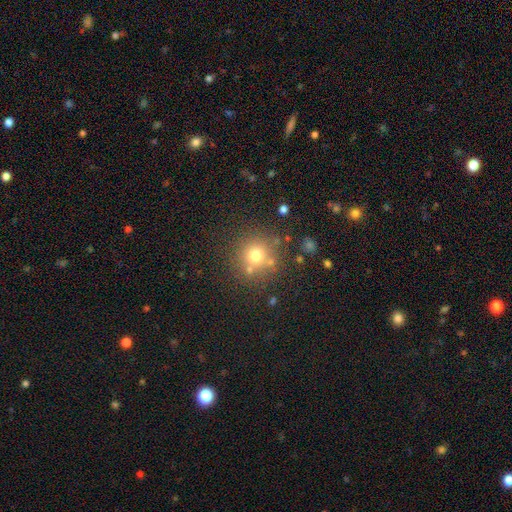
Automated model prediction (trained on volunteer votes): Q: Smooth or featured?
A: smooth (70%); runner-up: star or artifact (18%)
Q: How rounded?
A: round (93%); runner-up: in between (6%)
Q: Merging?
A: none (76%); runner-up: merger (10%)